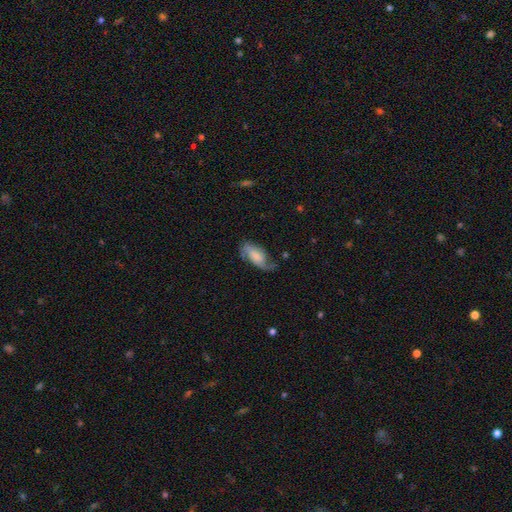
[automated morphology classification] smooth_or_featured: featured or disk (p=0.62) [alt: smooth p=0.31]
disk_edge_on: no (p=0.94) [alt: yes p=0.06]
bar: no (p=0.53) [alt: weak p=0.36]
has_spiral_arms: yes (p=0.91) [alt: no p=0.09]
spiral_winding: medium (p=0.42) [alt: loose p=0.38]
spiral_arm_count: 2 (p=0.75) [alt: 1 p=0.12]
bulge_size: none (p=0.35) [alt: small p=0.25]
merging: none (p=0.56) [alt: minor disturbance p=0.26]